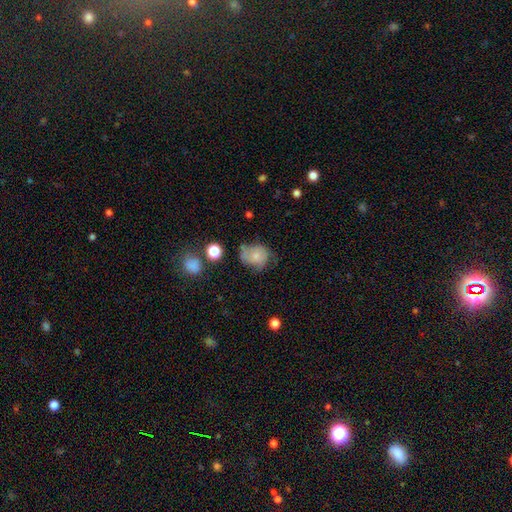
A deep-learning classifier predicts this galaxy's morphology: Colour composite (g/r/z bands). It shows a smooth galaxy with no disk features (59%) that is round (61%). Merging: none (45%).